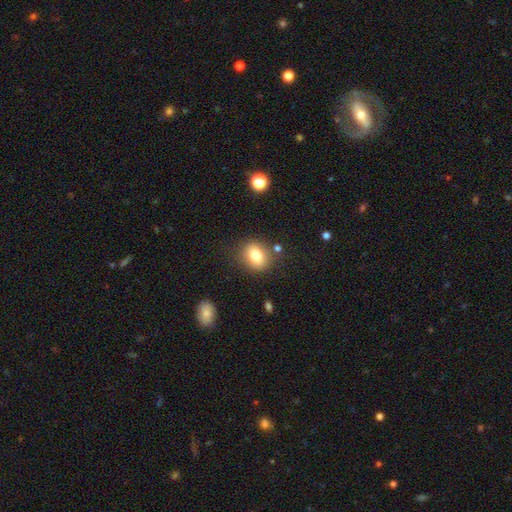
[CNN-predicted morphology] Smooth or featured? Predicted: smooth (p=0.79). How rounded? Predicted: round (p=0.55). Merging? Predicted: none (p=0.81).